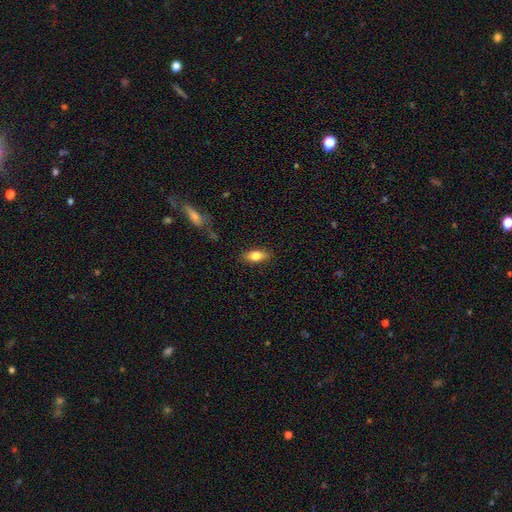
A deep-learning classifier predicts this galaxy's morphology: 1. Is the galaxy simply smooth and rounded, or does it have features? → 73% smooth, 19% featured or disk, 7% star or artifact.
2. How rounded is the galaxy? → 78% in between, 19% cigar-shaped, 3% round.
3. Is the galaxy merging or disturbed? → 85% none, 10% minor disturbance, 3% major disturbance, 2% merger.